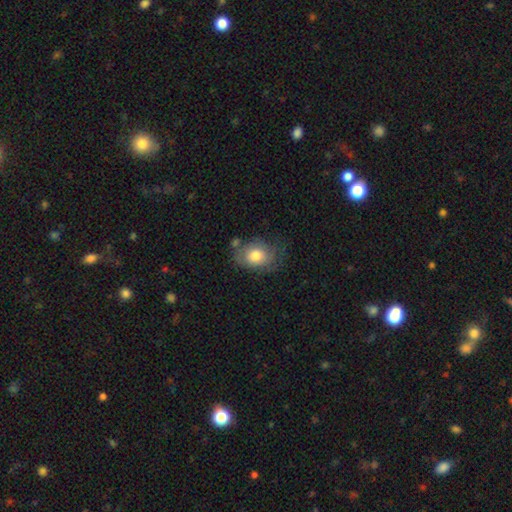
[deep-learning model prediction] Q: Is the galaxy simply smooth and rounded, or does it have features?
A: smooth — 63%.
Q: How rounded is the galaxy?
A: in between — 68%.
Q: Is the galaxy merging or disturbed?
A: none — 50%.